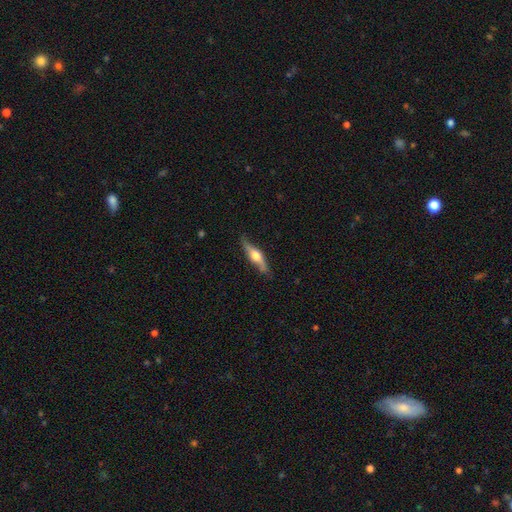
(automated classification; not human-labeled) Smooth or featured?
  - featured or disk: 64% *
  - smooth: 32%
  - star or artifact: 5%
Edge-on disk?
  - yes: 90% *
  - no: 10%
Edge-on bulge?
  - rounded: 94% *
  - boxy: 4%
  - none: 2%
Merging?
  - none: 80% *
  - minor disturbance: 16%
  - major disturbance: 3%
  - merger: 1%